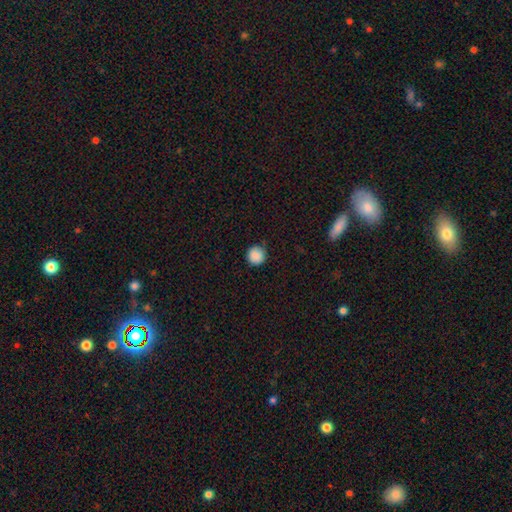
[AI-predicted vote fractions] A smooth galaxy with no disk features (88%) that is round (95%). Merging: none (84%).